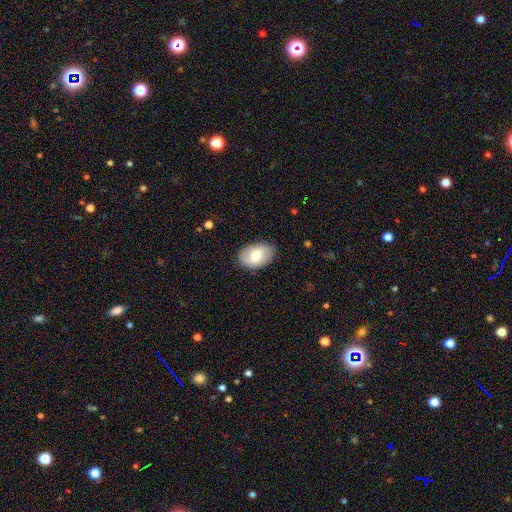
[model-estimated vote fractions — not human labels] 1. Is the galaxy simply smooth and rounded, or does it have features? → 61% smooth, 33% featured or disk, 6% star or artifact.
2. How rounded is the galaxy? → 90% in between, 9% round, 1% cigar-shaped.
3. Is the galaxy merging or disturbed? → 84% none, 12% minor disturbance, 3% major disturbance, 1% merger.